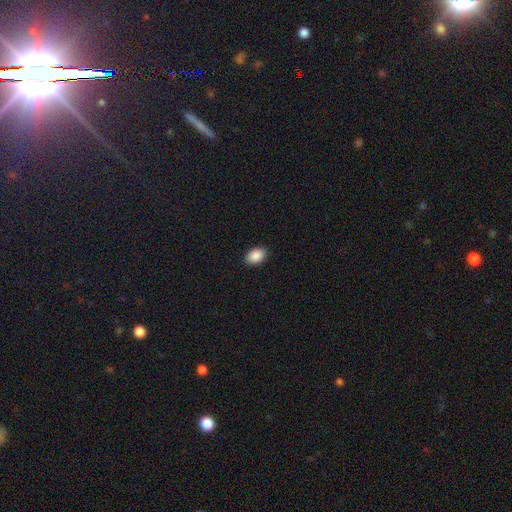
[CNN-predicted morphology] A smooth galaxy with no disk features (90%) that is in between round and cigar-shaped (86%). Merging: none (91%).